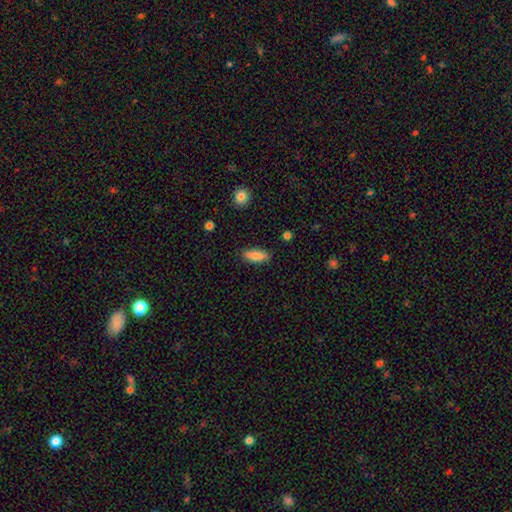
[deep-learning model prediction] A smooth galaxy with no disk features (85%) that is in between round and cigar-shaped (63%). Merging: none (86%).